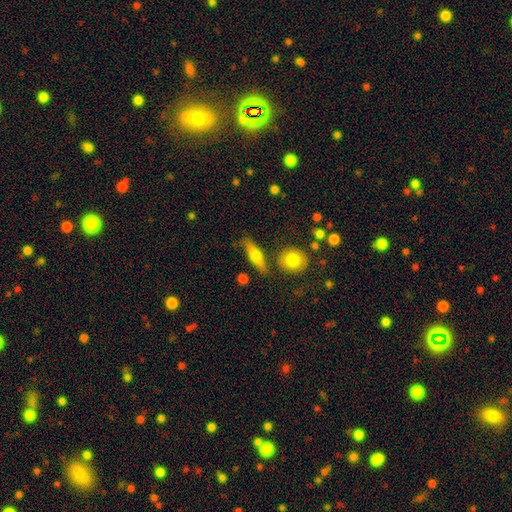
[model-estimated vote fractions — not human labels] smooth-or-featured: smooth: 54% | featured or disk: 39% | star or artifact: 7%
  how-rounded: cigar-shaped: 56% | in between: 37% | round: 7%
  merging: none: 77% | minor disturbance: 13% | merger: 6% | major disturbance: 4%